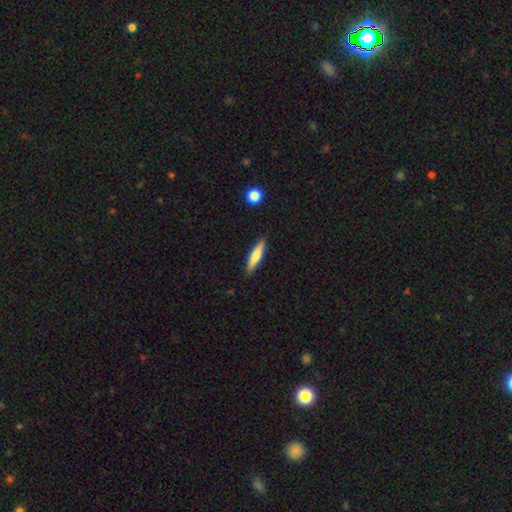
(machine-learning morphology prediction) smooth-or-featured: smooth: 70% | featured or disk: 24% | star or artifact: 6%
  how-rounded: cigar-shaped: 84% | in between: 15% | round: 1%
  merging: none: 89% | minor disturbance: 8% | major disturbance: 2% | merger: 1%